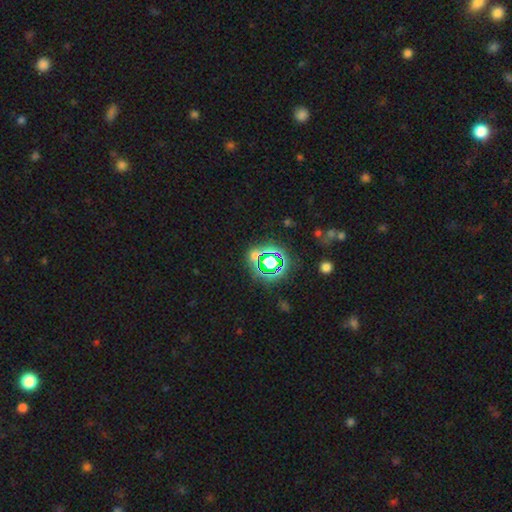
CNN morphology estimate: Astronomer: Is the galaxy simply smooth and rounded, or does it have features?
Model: star or artifact — 68%.